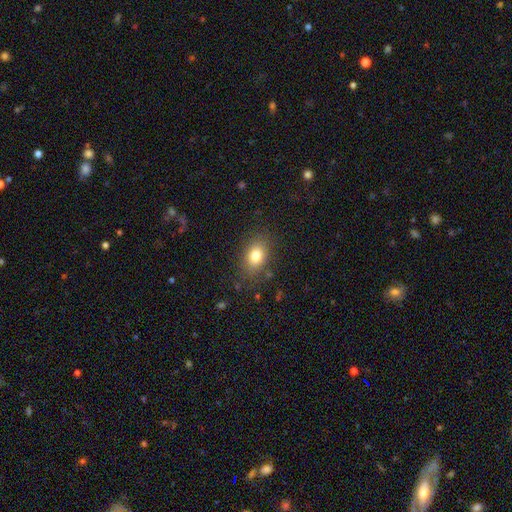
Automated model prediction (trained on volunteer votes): Smooth or featured: smooth — 80% (star or artifact — 10%)
How rounded: in between — 75% (round — 24%)
Merging: none — 83% (minor disturbance — 12%)